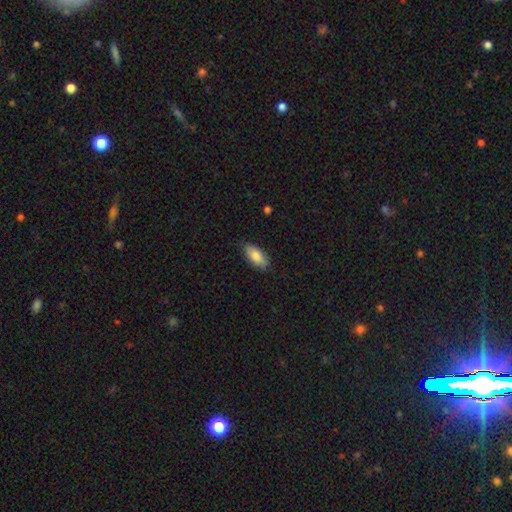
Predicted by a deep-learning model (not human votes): Smooth or featured: smooth — 84% (featured or disk — 10%)
How rounded: in between — 87% (cigar-shaped — 10%)
Merging: none — 80% (minor disturbance — 16%)